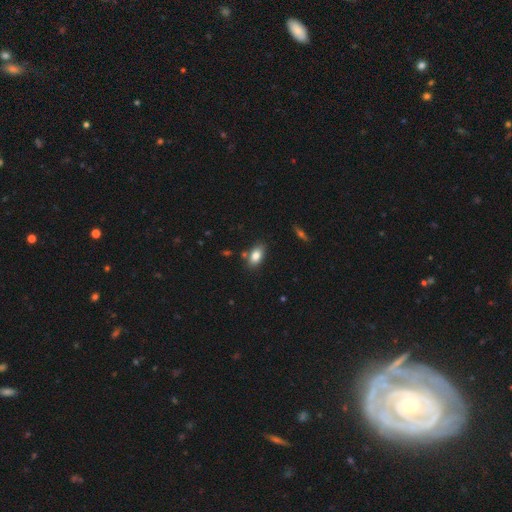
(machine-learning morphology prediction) This appears to be a smooth galaxy with no disk features (83%) that is in between round and cigar-shaped (90%). Merging: none (79%).